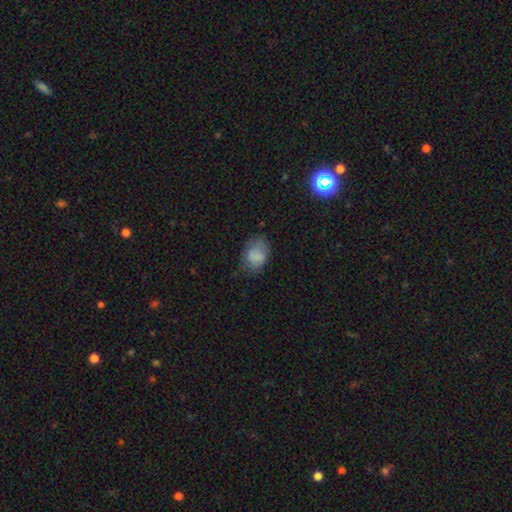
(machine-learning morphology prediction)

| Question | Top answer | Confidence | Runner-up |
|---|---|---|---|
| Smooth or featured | smooth | 79% | featured or disk (11%) |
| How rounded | in between | 71% | round (28%) |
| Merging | none | 53% | minor disturbance (31%) |